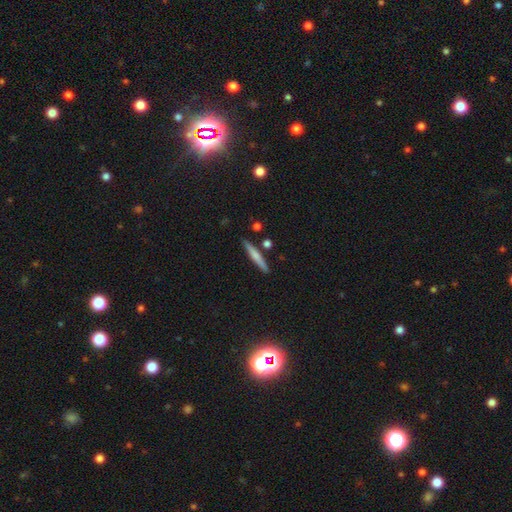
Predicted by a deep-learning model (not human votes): Smooth or featured: smooth — 62% (featured or disk — 32%)
How rounded: cigar-shaped — 93% (in between — 5%)
Merging: none — 85% (minor disturbance — 8%)